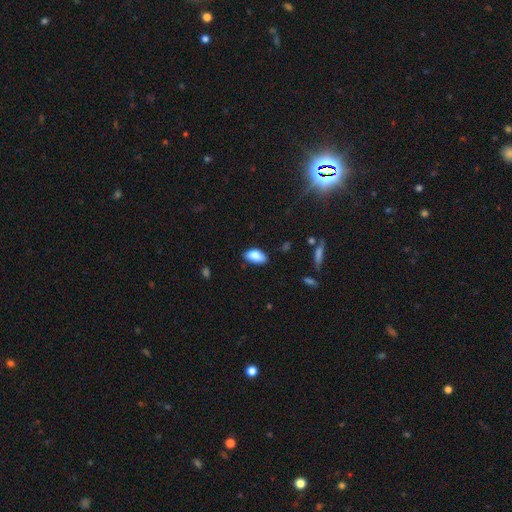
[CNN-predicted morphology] A smooth galaxy with no disk features (86%) that is in between round and cigar-shaped (93%).

Vote fractions:
- Smooth or featured? smooth: 86% / star or artifact: 7% / featured or disk: 6%
- How rounded? in between: 93% / cigar-shaped: 4% / round: 3%
- Merging? none: 79% / minor disturbance: 17% / major disturbance: 3% / merger: 1%